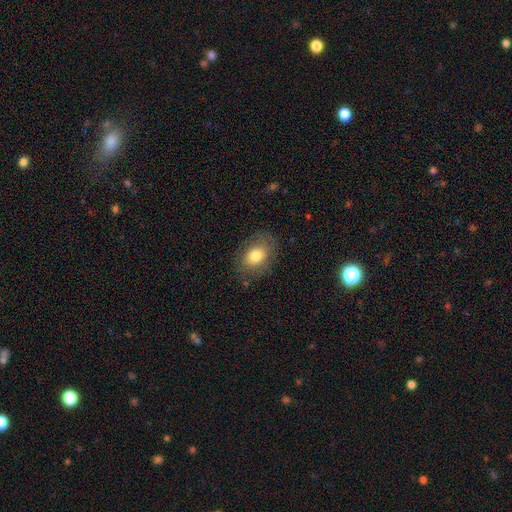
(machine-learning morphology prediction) Smooth or featured: smooth — 74% (featured or disk — 17%)
How rounded: in between — 72% (round — 27%)
Merging: none — 78% (minor disturbance — 15%)